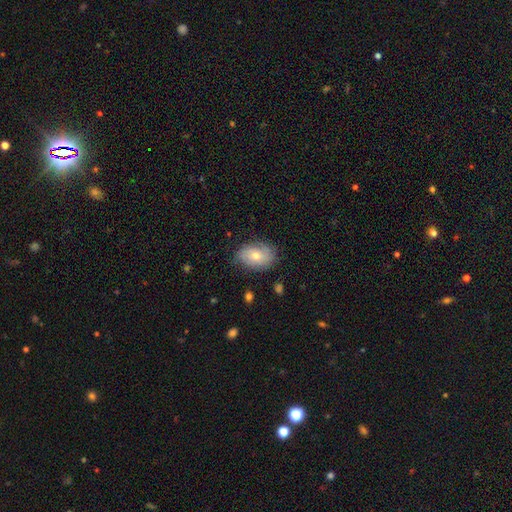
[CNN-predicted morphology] Smooth or featured? smooth (49%)
Merging? none (71%)